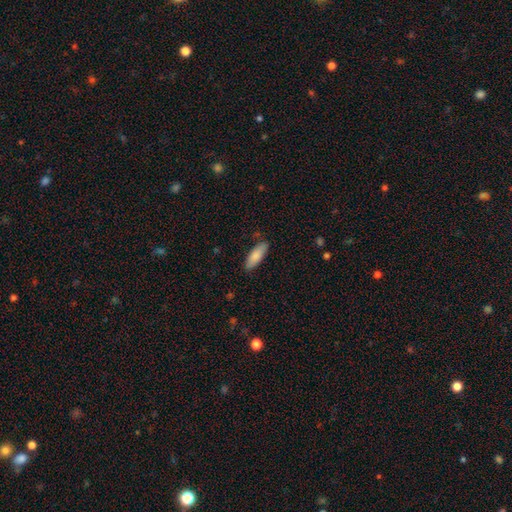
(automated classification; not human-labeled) The model was most divided on "how rounded": in between: 60%, cigar-shaped: 39%, round: 2%. More confident: smooth or featured — smooth (85%); merging — none (84%).